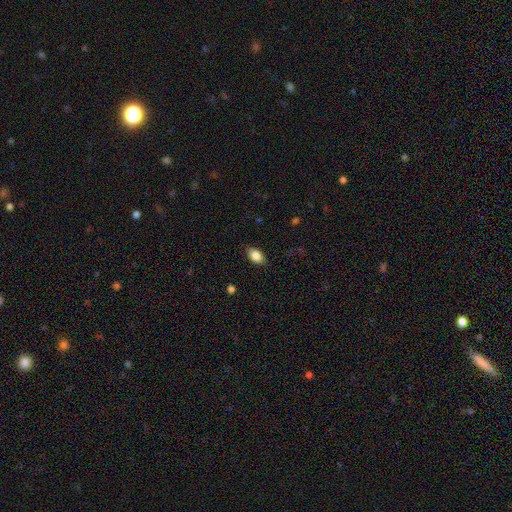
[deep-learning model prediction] This appears to be a smooth galaxy with no disk features (84%) that is in between round and cigar-shaped (89%). Merging: none (86%).